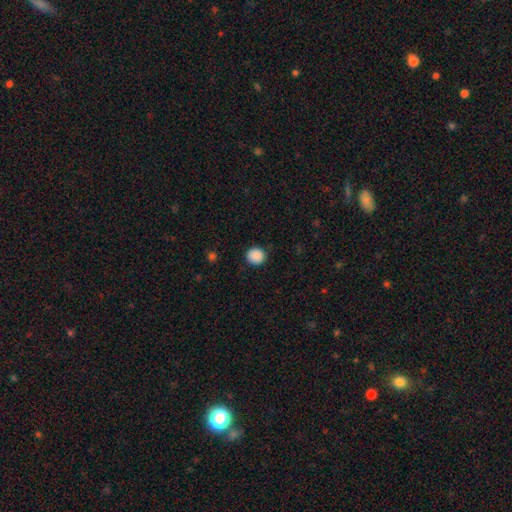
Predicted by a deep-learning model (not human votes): Smooth or featured? Predicted: smooth (p=0.89). How rounded? Predicted: round (p=0.87). Merging? Predicted: none (p=0.89).